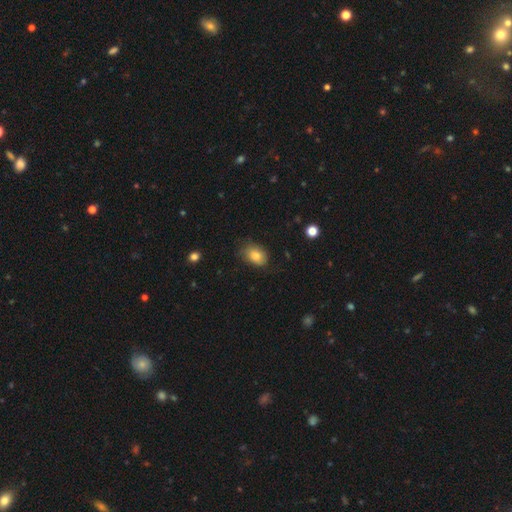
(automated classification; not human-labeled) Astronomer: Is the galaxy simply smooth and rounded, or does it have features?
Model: smooth — 81%.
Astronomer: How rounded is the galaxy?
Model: in between — 76%.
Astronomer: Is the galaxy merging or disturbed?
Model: none — 72%.